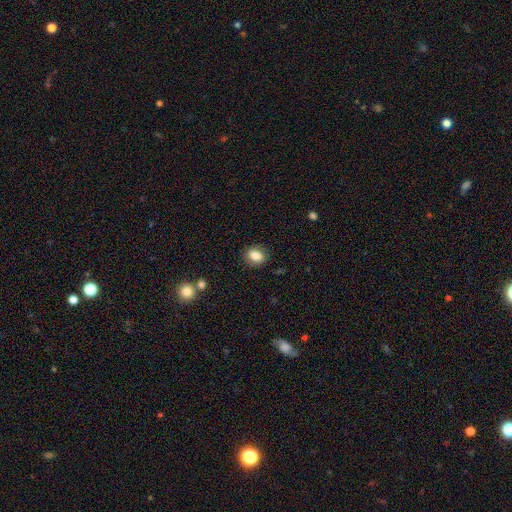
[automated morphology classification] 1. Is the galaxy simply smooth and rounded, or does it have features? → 84% smooth, 9% star or artifact, 7% featured or disk.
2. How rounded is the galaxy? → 61% in between, 37% round, 1% cigar-shaped.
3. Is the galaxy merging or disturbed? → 85% none, 11% minor disturbance, 3% major disturbance, 2% merger.